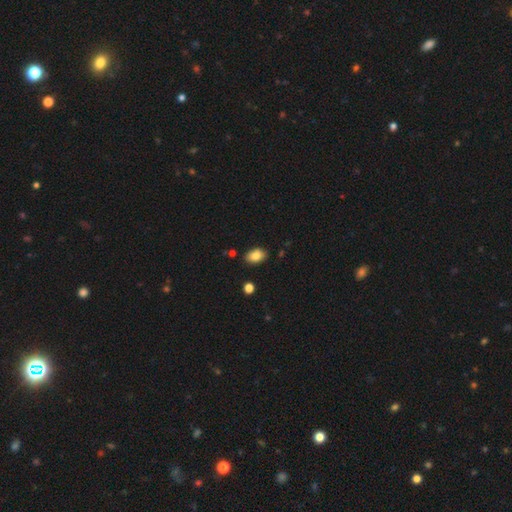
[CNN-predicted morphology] Overall: smooth (83%). How rounded: in between (87%). Merging: none (85%).